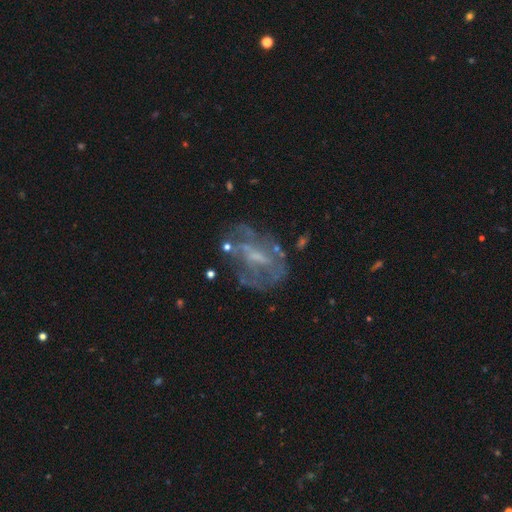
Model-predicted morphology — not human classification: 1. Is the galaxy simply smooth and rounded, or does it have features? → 71% featured or disk, 17% smooth, 12% star or artifact.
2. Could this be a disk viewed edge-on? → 95% no, 5% yes.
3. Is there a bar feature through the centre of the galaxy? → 42% no (tied), 42% weak (tied), 16% strong.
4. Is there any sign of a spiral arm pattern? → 54% no, 46% yes.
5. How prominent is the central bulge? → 44% small, 27% none, 26% moderate, 2% large, 1% dominant.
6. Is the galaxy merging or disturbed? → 54% none, 20% major disturbance, 20% minor disturbance, 6% merger.